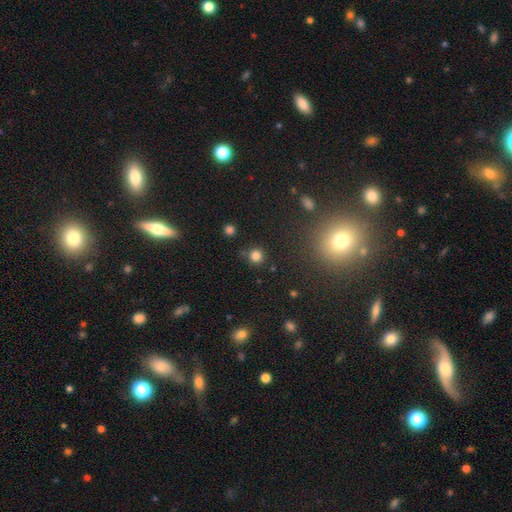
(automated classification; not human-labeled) smooth 80%, star or artifact 15%, featured or disk 4%. Down the decision tree: how rounded — round (92%); merging — none (82%).